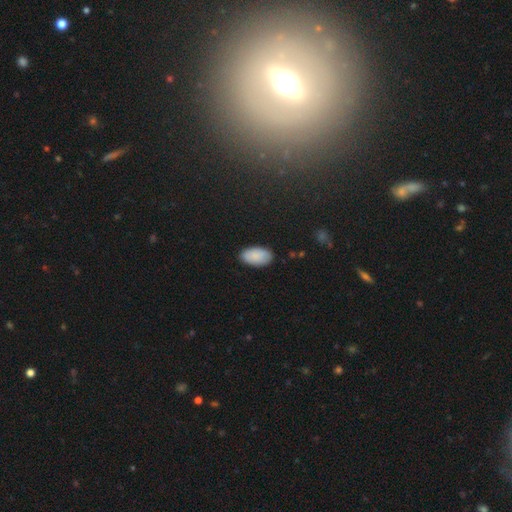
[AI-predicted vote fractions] smooth-or-featured: smooth: 88% | star or artifact: 7% | featured or disk: 5%
  how-rounded: in between: 96% | round: 3% | cigar-shaped: 2%
  merging: none: 86% | minor disturbance: 11% | major disturbance: 2% | merger: 1%